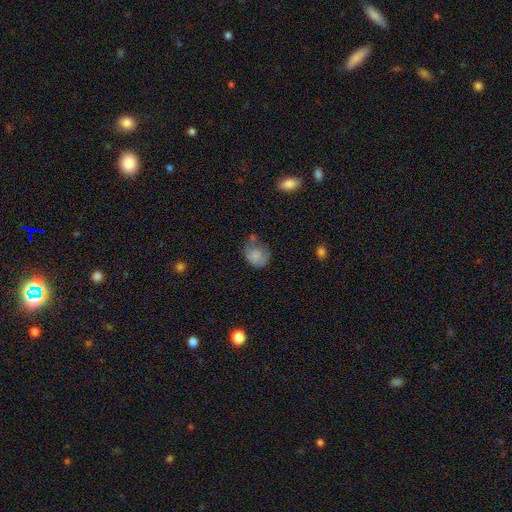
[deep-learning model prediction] Smooth or featured? smooth (75%)
How rounded? round (65%)
Merging? none (39%)